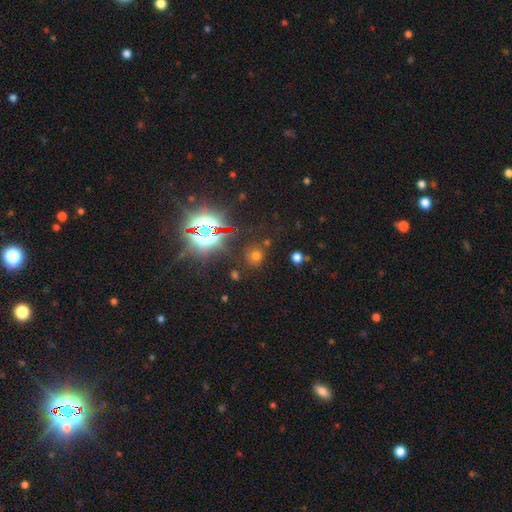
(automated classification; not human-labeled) smooth 57%, star or artifact 34%, featured or disk 9%. Down the decision tree: how rounded — round (80%); merging — none (79%).